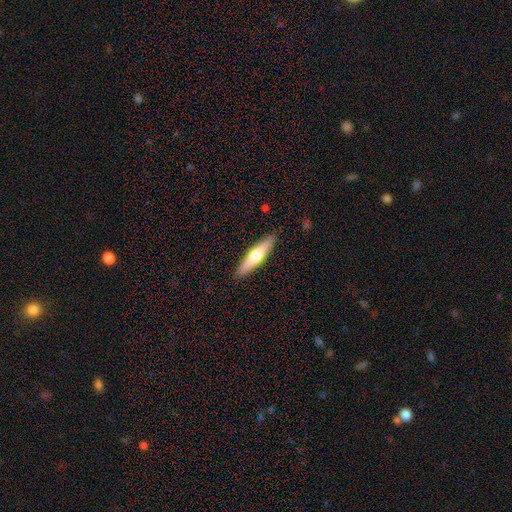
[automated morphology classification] This is possibly a smooth galaxy (51%). How rounded: clearly cigar-shaped (81%). Merging: clearly none (89%).